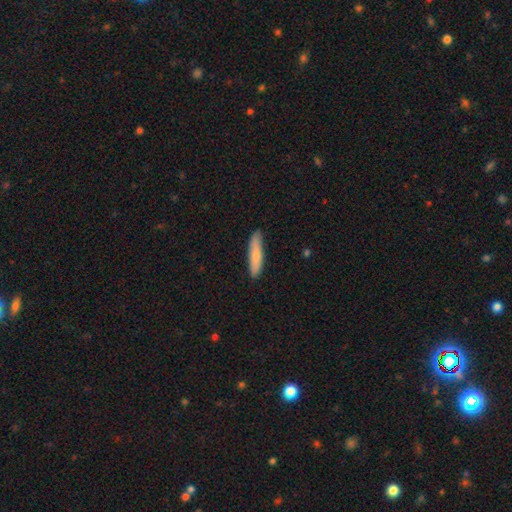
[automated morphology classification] This appears to be a smooth galaxy with no disk features (75%) that is cigar-shaped (83%). Merging: none (86%).